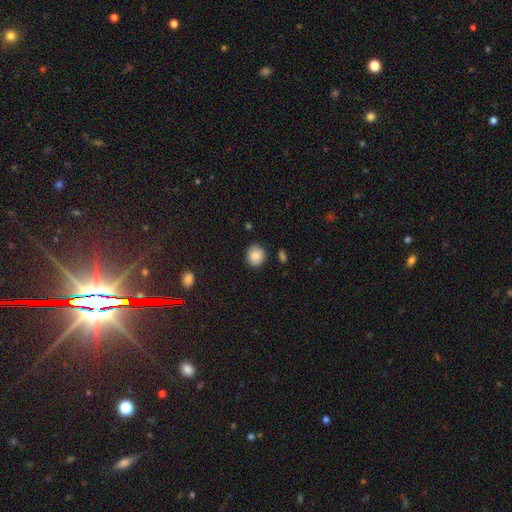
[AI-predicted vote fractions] Morphology: type=smooth (87%); roundness=round (78%); merging=none (86%).